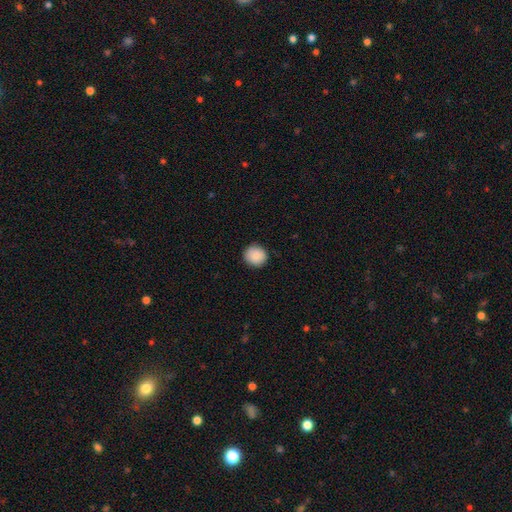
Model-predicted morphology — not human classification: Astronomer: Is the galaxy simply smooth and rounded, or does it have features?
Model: smooth — 88%.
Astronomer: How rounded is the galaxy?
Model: round — 90%.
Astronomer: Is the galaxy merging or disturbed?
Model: none — 90%.